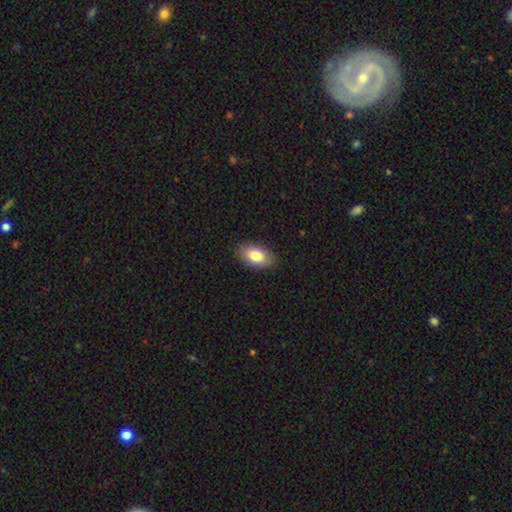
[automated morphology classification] Smooth or featured: smooth — 80% (featured or disk — 12%)
How rounded: in between — 92% (round — 6%)
Merging: none — 88% (minor disturbance — 9%)